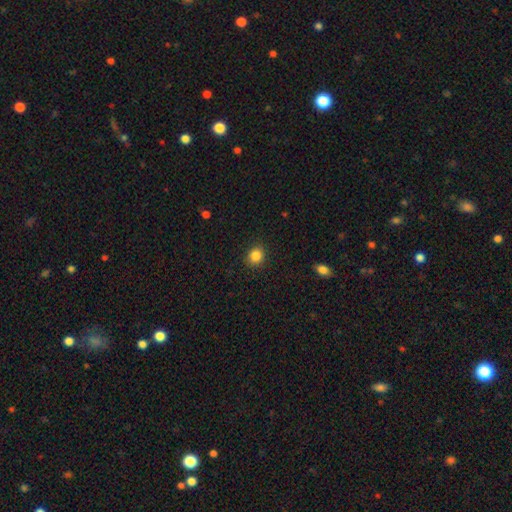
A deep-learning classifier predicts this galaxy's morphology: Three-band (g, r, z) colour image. It shows a smooth galaxy with no disk features (85%) that is round (80%). Merging: none (89%).